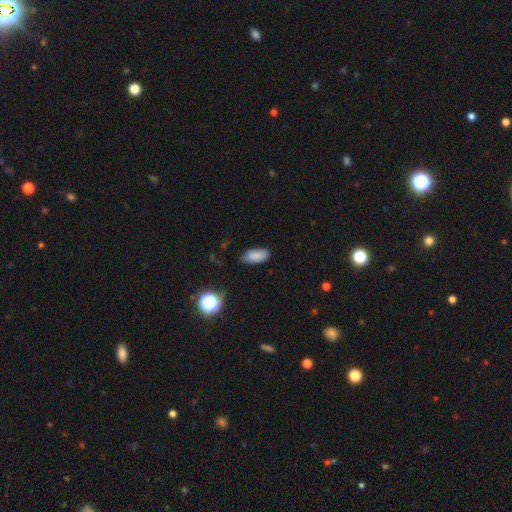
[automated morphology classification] Q: Smooth or featured?
A: smooth (83%); runner-up: star or artifact (10%)
Q: How rounded?
A: in between (89%); runner-up: cigar-shaped (8%)
Q: Merging?
A: none (79%); runner-up: minor disturbance (17%)